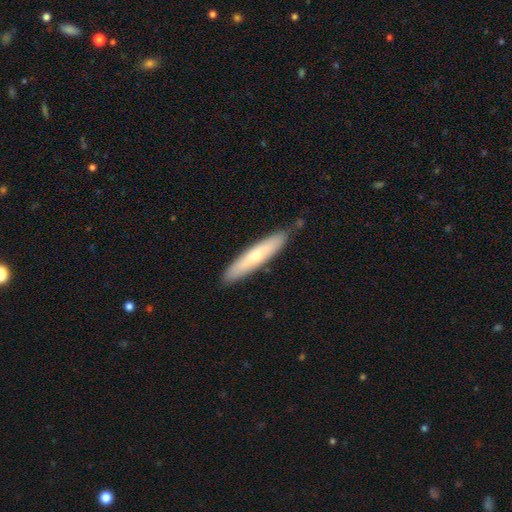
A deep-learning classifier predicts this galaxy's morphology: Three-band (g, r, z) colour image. It shows a smooth galaxy with no disk features (55%) that is cigar-shaped (86%). Merging: none (85%).